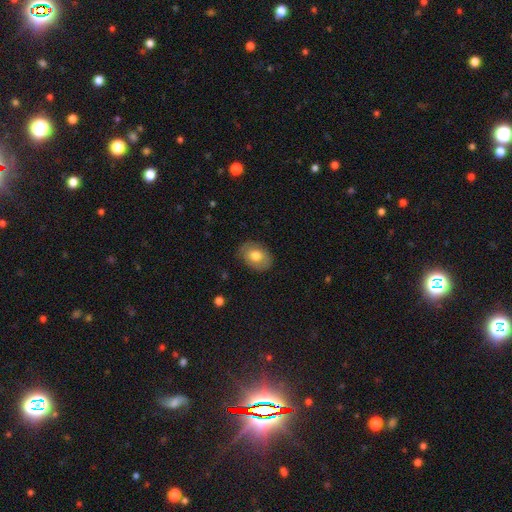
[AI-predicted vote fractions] This appears to be a smooth galaxy with no disk features (74%) that is in between round and cigar-shaped (73%). Merging: none (84%).